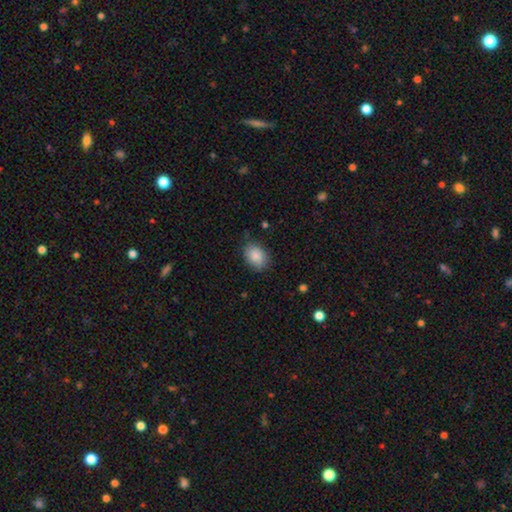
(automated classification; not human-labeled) Smooth or featured? smooth (87%)
How rounded? in between (70%)
Merging? none (81%)